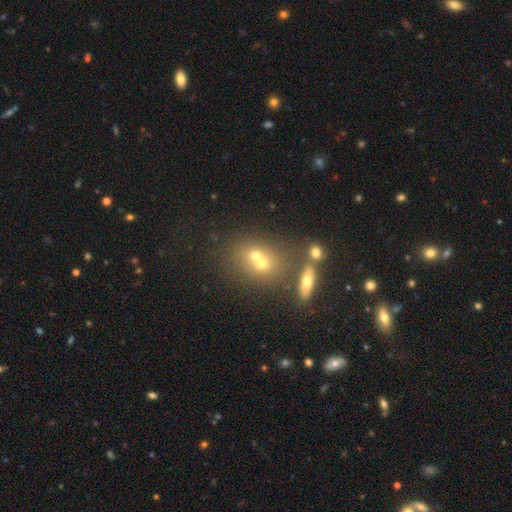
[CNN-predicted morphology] type=smooth (62%); roundness=round (62%); merging=merger (55%).